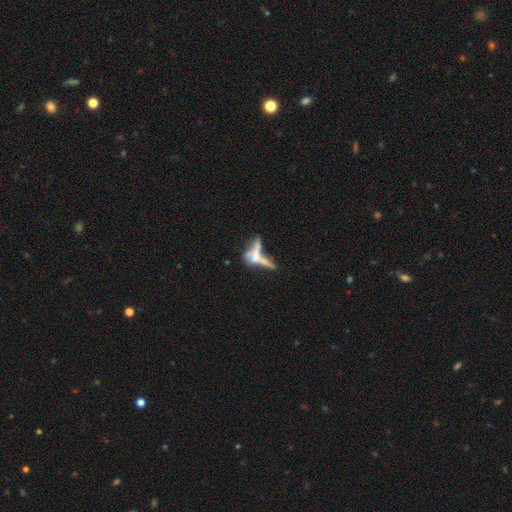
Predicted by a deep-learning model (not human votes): Morphology: type=featured or disk (49%); merging=merger (48%).